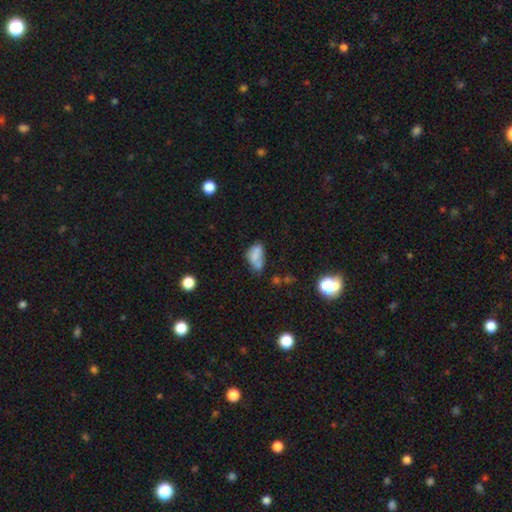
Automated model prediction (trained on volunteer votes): Smooth or featured: smooth — 65% (featured or disk — 22%)
How rounded: in between — 88% (round — 9%)
Merging: none — 35% (minor disturbance — 28%)